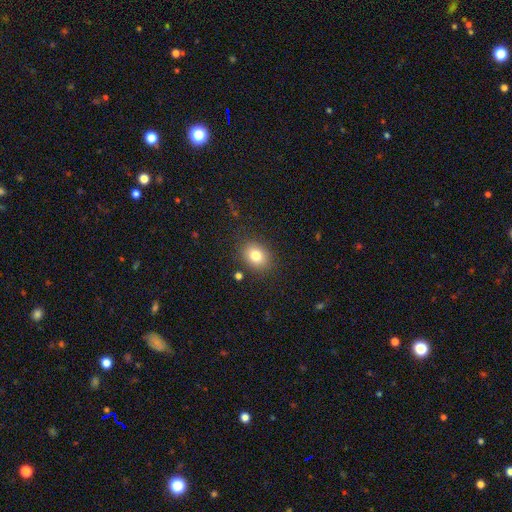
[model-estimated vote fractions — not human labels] The model was most divided on "how rounded": in between: 51%, round: 48%, cigar-shaped: 1%. More confident: merging — none (85%); smooth or featured — smooth (80%).